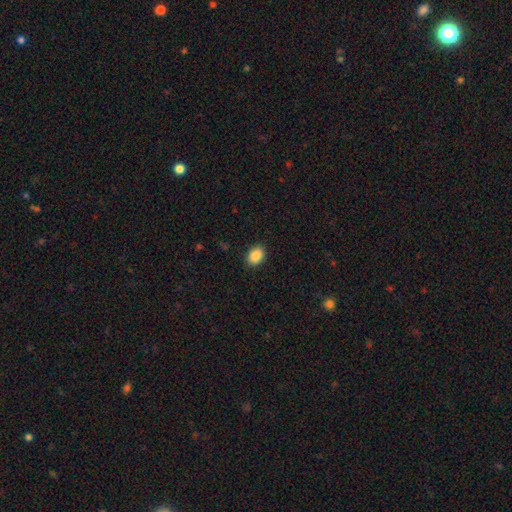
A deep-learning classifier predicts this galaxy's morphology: A smooth galaxy with no disk features (89%) that is in between round and cigar-shaped (75%).

Vote fractions:
- Smooth or featured? smooth: 89% / star or artifact: 8% / featured or disk: 3%
- How rounded? in between: 75% / round: 24% / cigar-shaped: 1%
- Merging? none: 89% / minor disturbance: 8% / major disturbance: 2% / merger: 1%